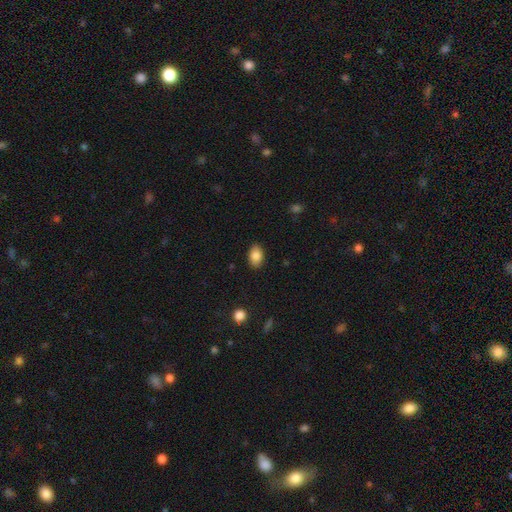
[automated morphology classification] type=smooth (87%); roundness=in between (88%); merging=none (88%).